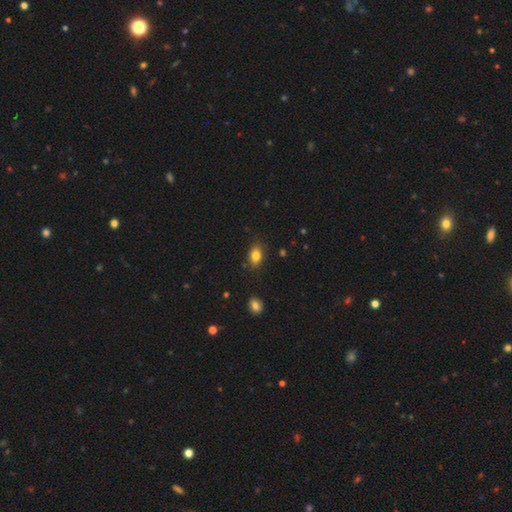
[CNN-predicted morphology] smooth 83%, star or artifact 9%, featured or disk 8%. Down the decision tree: how rounded — in between (83%); merging — none (81%).